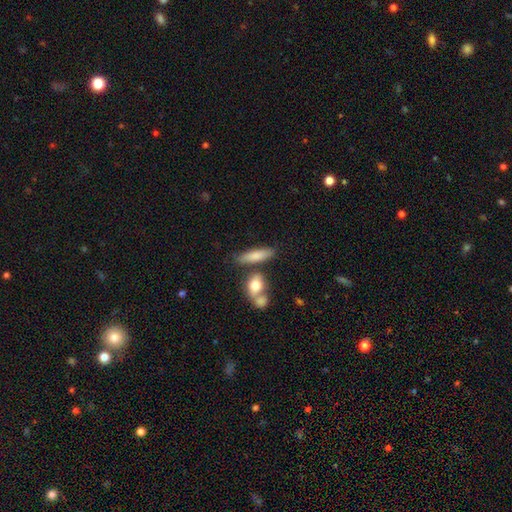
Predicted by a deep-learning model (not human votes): Smooth or featured?
  - smooth: 75% *
  - featured or disk: 18%
  - star or artifact: 7%
How rounded?
  - cigar-shaped: 58% *
  - in between: 37%
  - round: 5%
Merging?
  - none: 63% *
  - merger: 20%
  - minor disturbance: 12%
  - major disturbance: 4%